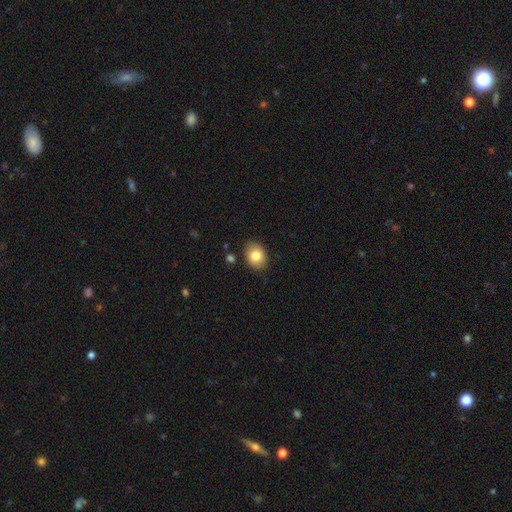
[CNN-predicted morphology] The model was most divided on "how rounded": in between: 65%, round: 34%, cigar-shaped: 1%. More confident: merging — none (86%); smooth or featured — smooth (83%).